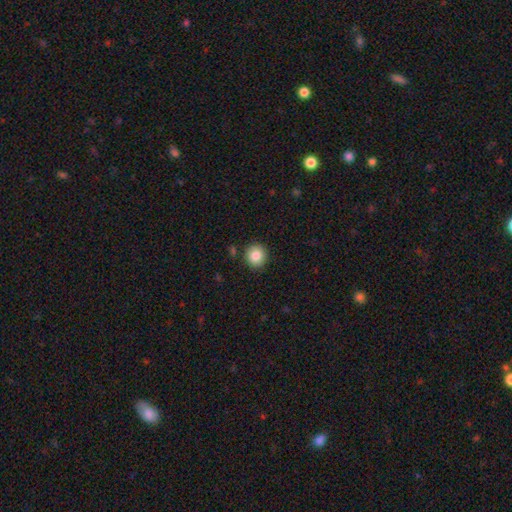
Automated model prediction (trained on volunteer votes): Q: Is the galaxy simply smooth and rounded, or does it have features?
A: smooth — 86%.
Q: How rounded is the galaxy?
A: round — 92%.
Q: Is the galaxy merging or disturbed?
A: none — 89%.